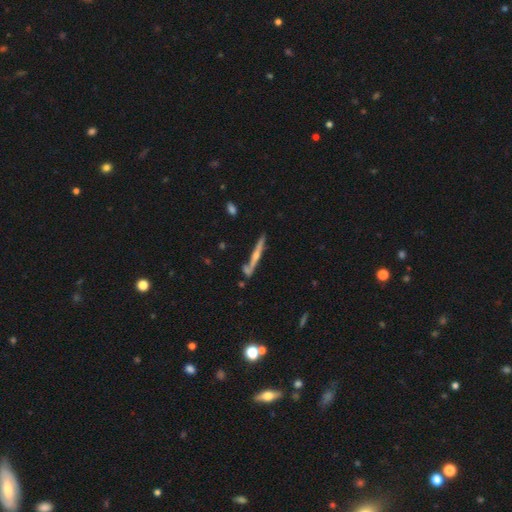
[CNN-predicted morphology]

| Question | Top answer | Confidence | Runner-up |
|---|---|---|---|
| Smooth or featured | featured or disk | 72% | smooth (21%) |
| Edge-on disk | yes | 94% | no (6%) |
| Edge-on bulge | rounded | 78% | none (16%) |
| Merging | none | 70% | minor disturbance (16%) |